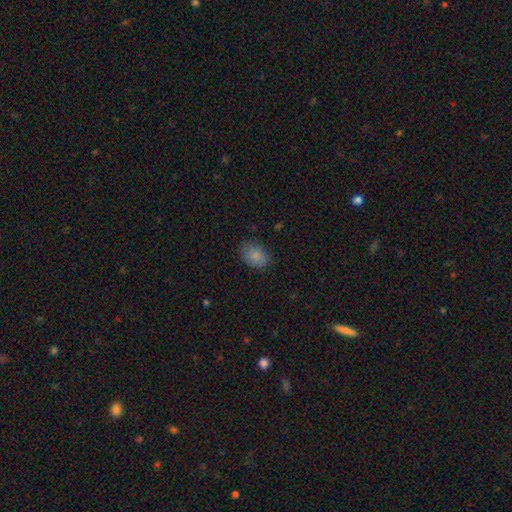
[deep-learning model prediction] Smooth or featured? smooth (86%)
How rounded? in between (79%)
Merging? none (80%)